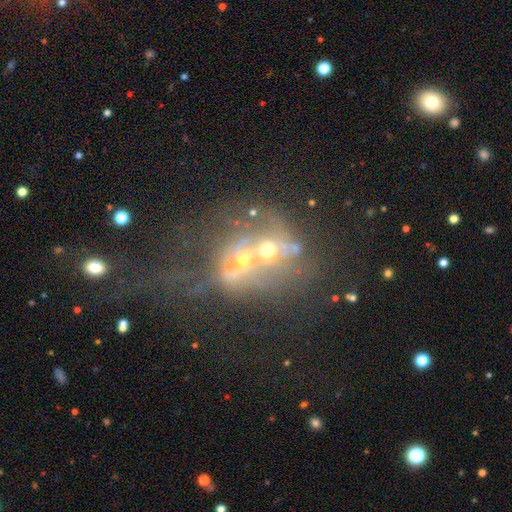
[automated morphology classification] featured or disk 50%, smooth 29%, star or artifact 21%. Down the decision tree: merging — merger (69%).